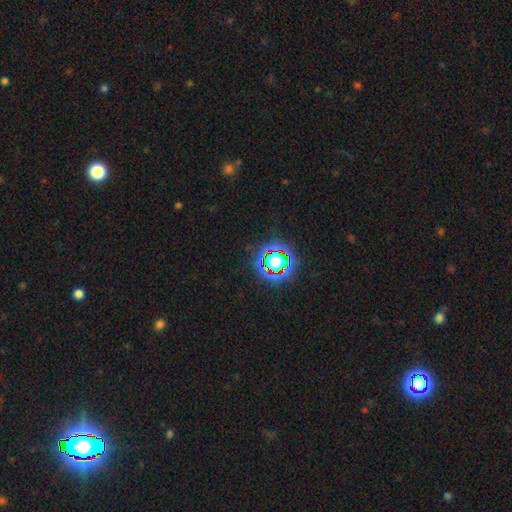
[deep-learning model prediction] Morphology: type=star or artifact (78%).